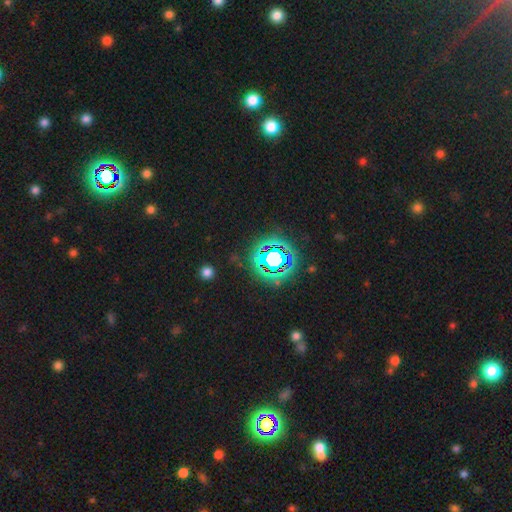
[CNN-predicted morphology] Smooth or featured: star or artifact — 78% (smooth — 13%)